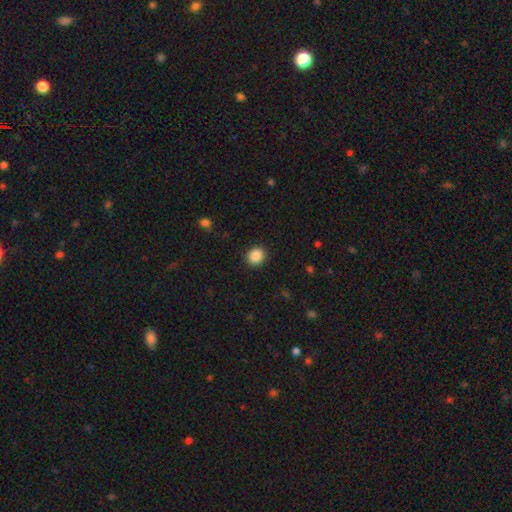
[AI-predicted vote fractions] The model was most divided on "how rounded": round: 79%, in between: 21%, cigar-shaped: 1%. More confident: merging — none (91%); smooth or featured — smooth (87%).